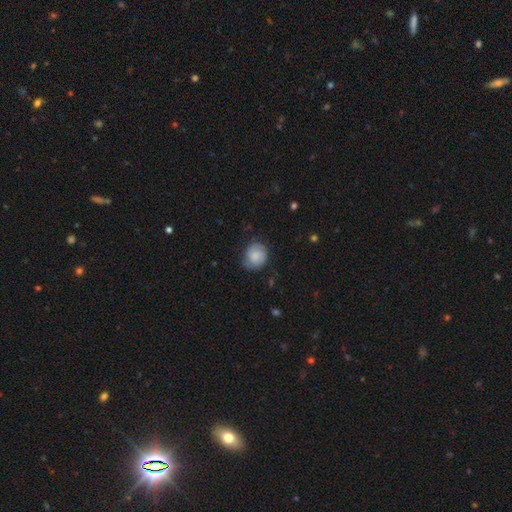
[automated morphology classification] type=smooth (71%); roundness=round (72%); merging=none (68%).